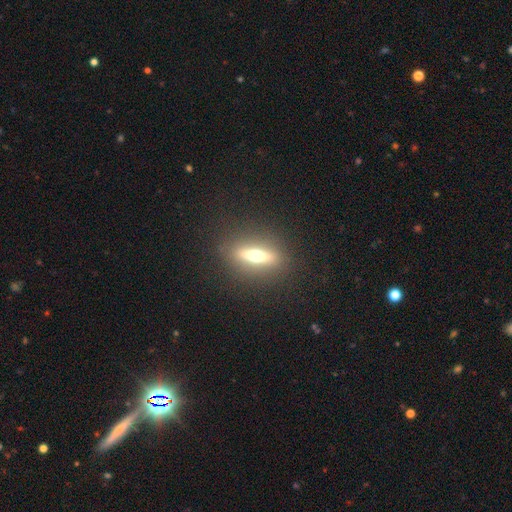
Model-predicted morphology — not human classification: This is possibly a featured or disk galaxy (49%). Merging: clearly none (86%).